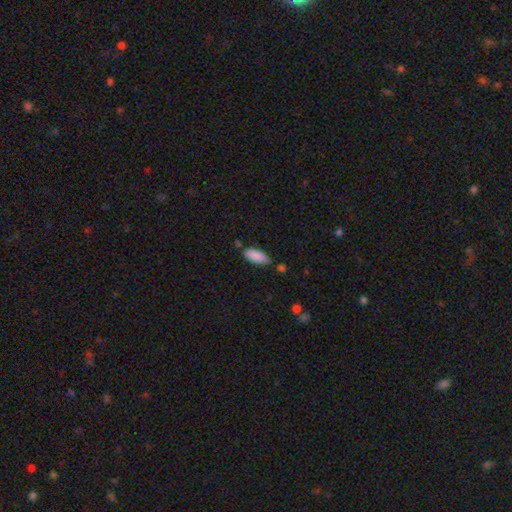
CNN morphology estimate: A smooth galaxy with no disk features (89%) that is in between round and cigar-shaped (77%). Merging: none (74%).